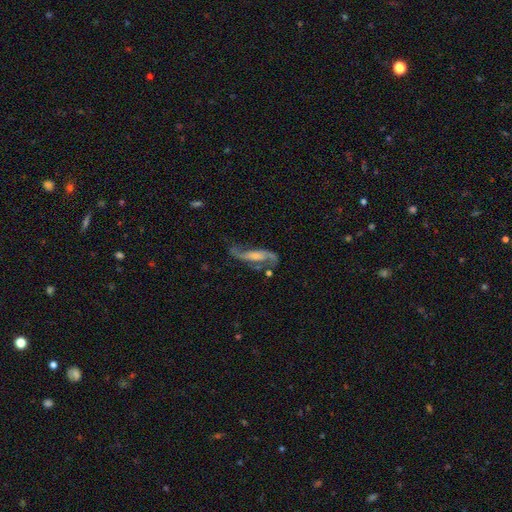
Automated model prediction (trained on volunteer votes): A featured or disk galaxy (82%) with no bar (41%), 2 (90%) loose (68%) spiral arms (94%) and a small central bulge (49%). Merging: none (61%).